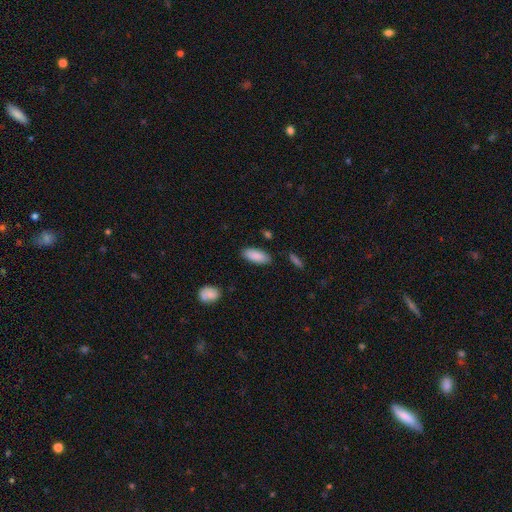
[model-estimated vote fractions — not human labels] Overall: smooth (88%). How rounded: in between (84%). Merging: none (85%).